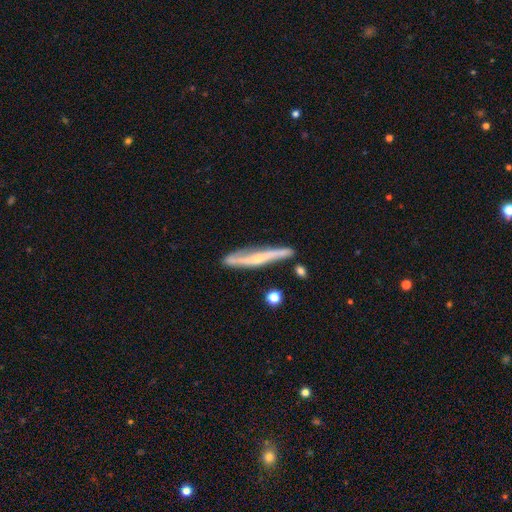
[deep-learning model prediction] Overall: featured or disk (69%). Edge-on disk: yes (85%). Edge-on bulge: rounded (70%). Merging: none (73%).